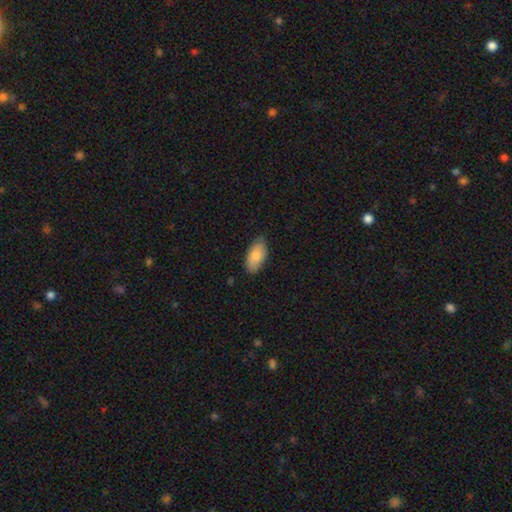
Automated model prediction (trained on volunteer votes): This is clearly a smooth galaxy (82%). How rounded: clearly in between (94%). Merging: clearly none (80%).